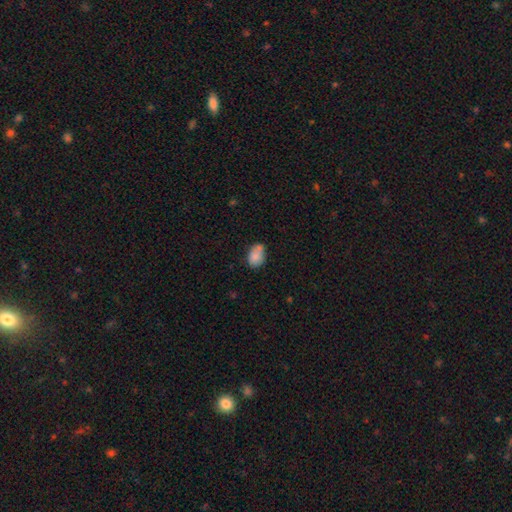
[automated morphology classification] A smooth galaxy with no disk features (81%) that is in between round and cigar-shaped (79%).

Vote fractions:
- Smooth or featured? smooth: 81% / featured or disk: 11% / star or artifact: 8%
- How rounded? in between: 79% / round: 19% / cigar-shaped: 1%
- Merging? none: 54% / minor disturbance: 26% / merger: 14% / major disturbance: 6%